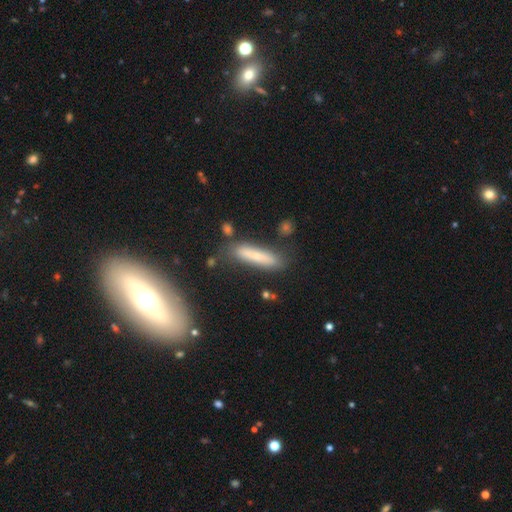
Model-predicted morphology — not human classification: Smooth or featured? smooth (69%)
How rounded? cigar-shaped (81%)
Merging? none (76%)